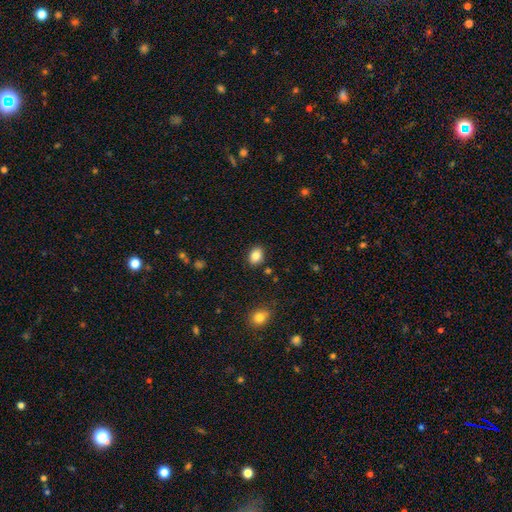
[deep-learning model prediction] Overall: smooth (85%). How rounded: in between (61%; round 38%). Merging: none (87%).